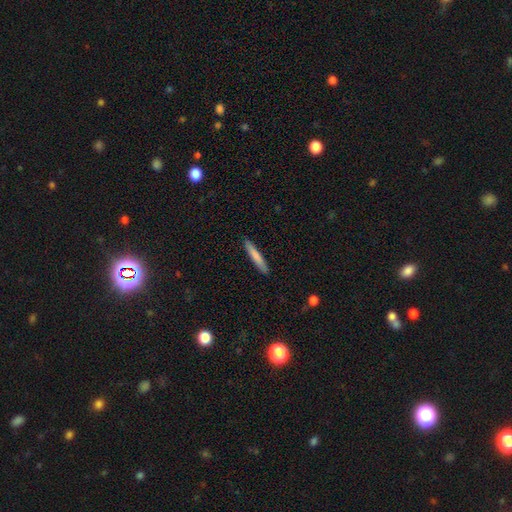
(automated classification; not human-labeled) Overall: smooth (77%). How rounded: cigar-shaped (94%). Merging: none (90%).